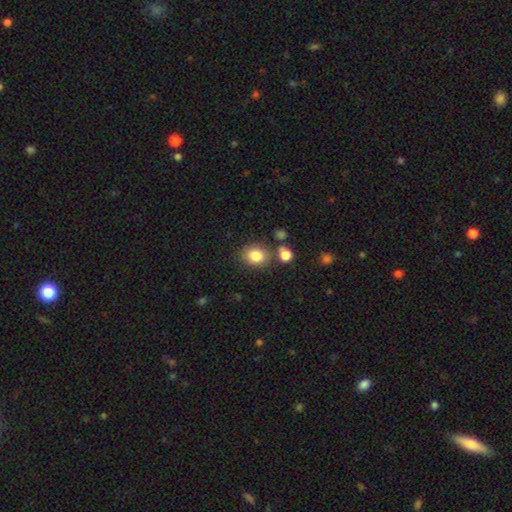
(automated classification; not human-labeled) smooth 83%, star or artifact 10%, featured or disk 7%. Down the decision tree: how rounded — round (60%); merging — none (75%).